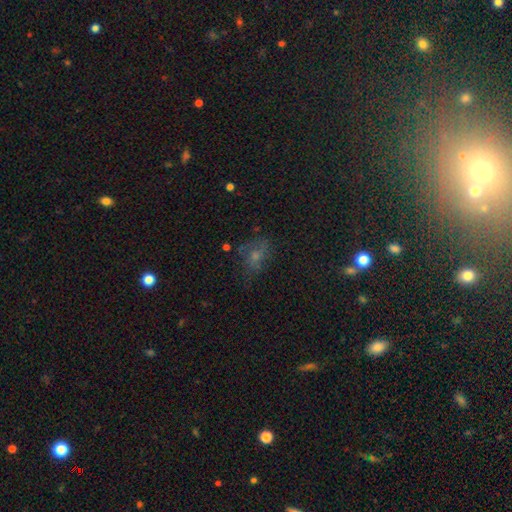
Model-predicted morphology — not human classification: This appears to be a smooth galaxy with no disk features (46%). Merging: none (53%).